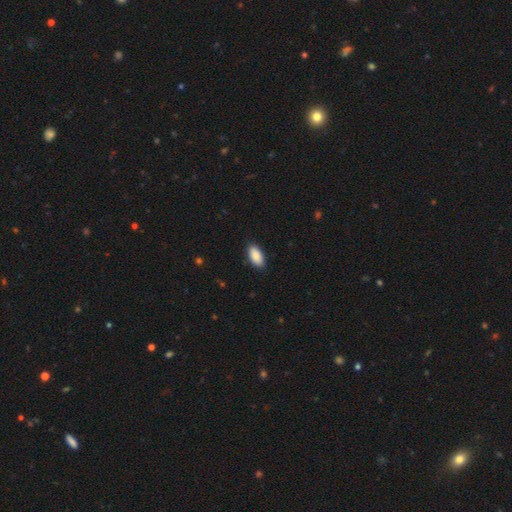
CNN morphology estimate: This appears to be a smooth galaxy with no disk features (90%) that is in between round and cigar-shaped (93%). Merging: none (87%).